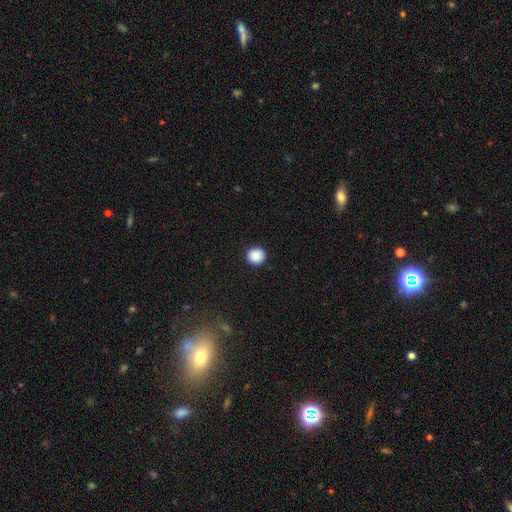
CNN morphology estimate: Q: Smooth or featured?
A: smooth (88%); runner-up: star or artifact (9%)
Q: How rounded?
A: round (95%); runner-up: in between (4%)
Q: Merging?
A: none (92%); runner-up: minor disturbance (5%)